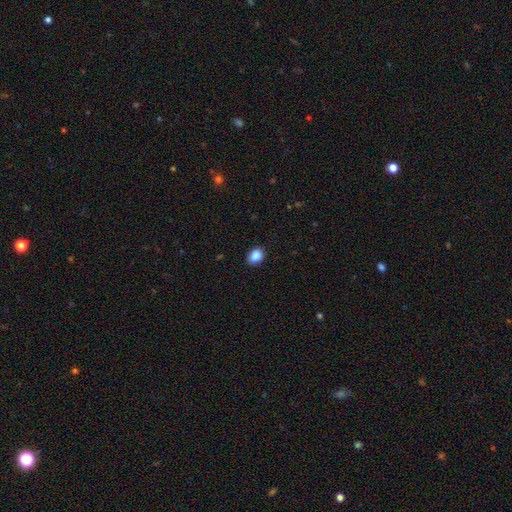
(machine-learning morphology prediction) A smooth galaxy with no disk features (89%) that is in between round and cigar-shaped (59%). Merging: none (88%).